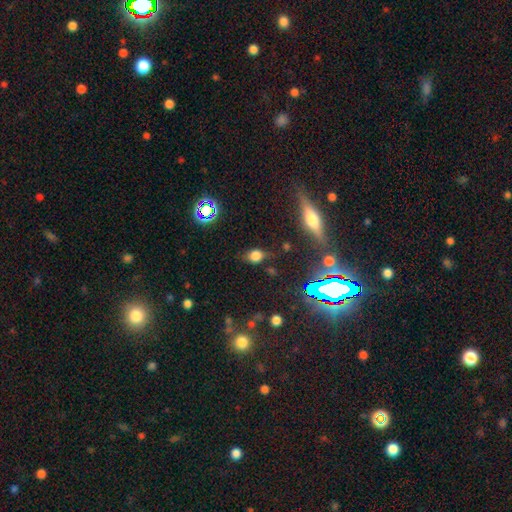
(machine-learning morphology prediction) The model was most divided on "how rounded": in between: 57%, round: 39%, cigar-shaped: 4%. More confident: smooth or featured — smooth (69%); merging — none (65%).